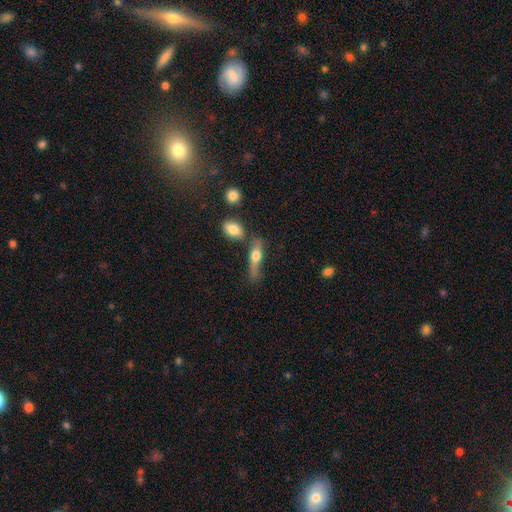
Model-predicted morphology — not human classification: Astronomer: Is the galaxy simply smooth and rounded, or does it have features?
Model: smooth — 50% (runner-up: featured or disk, 42%).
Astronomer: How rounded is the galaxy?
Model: cigar-shaped — 57% (runner-up: in between, 38%).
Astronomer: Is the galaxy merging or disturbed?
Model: none — 55%.